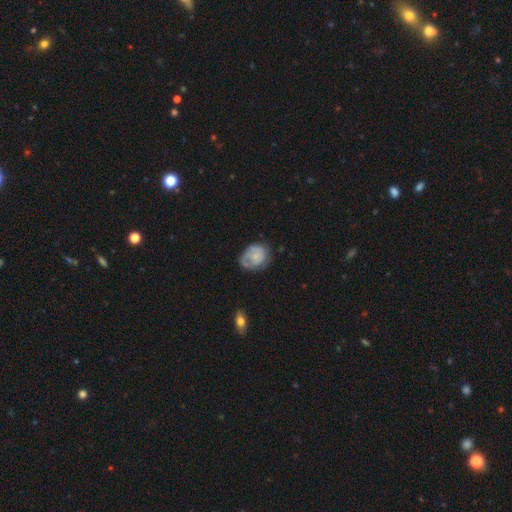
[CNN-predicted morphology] A smooth galaxy with no disk features (51%) that is round (54%).

Vote fractions:
- Smooth or featured? smooth: 51% / featured or disk: 42% / star or artifact: 7%
- How rounded? round: 54% / in between: 45% / cigar-shaped: 1%
- Merging? none: 49% / minor disturbance: 32% / major disturbance: 16% / merger: 3%